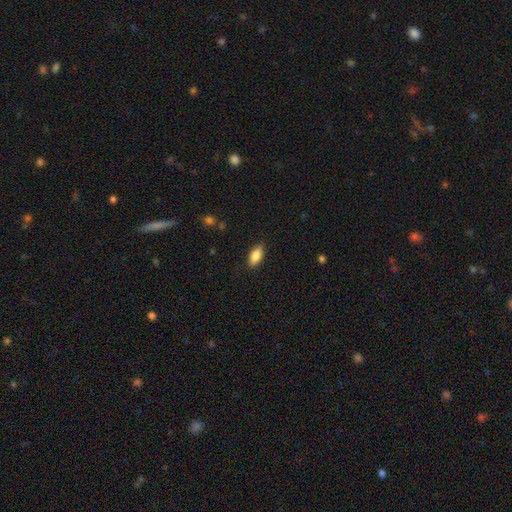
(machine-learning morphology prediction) type=smooth (86%); roundness=in between (90%); merging=none (86%).